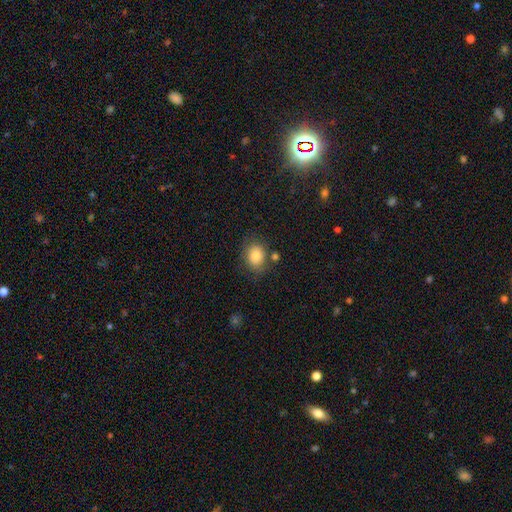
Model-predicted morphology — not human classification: Smooth or featured? smooth (83%)
How rounded? round (52%)
Merging? none (72%)